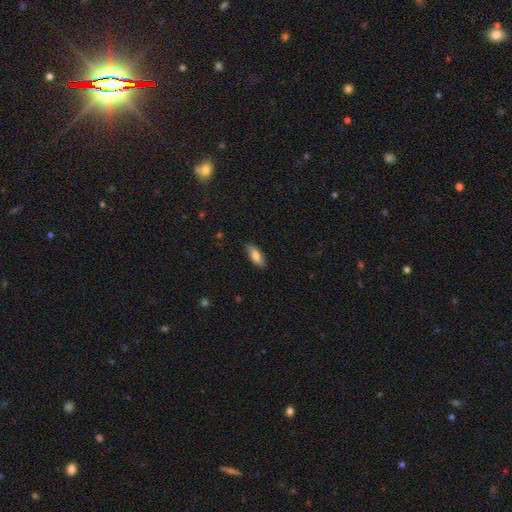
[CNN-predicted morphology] A smooth galaxy with no disk features (76%) that is in between round and cigar-shaped (74%).

Vote fractions:
- Smooth or featured? smooth: 76% / featured or disk: 17% / star or artifact: 7%
- How rounded? in between: 74% / cigar-shaped: 24% / round: 2%
- Merging? none: 80% / minor disturbance: 16% / major disturbance: 3% / merger: 1%